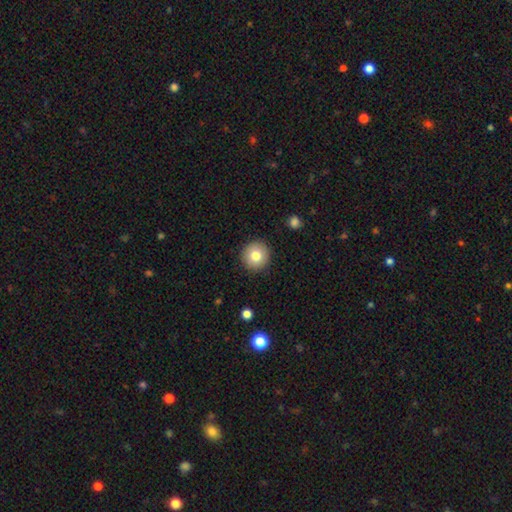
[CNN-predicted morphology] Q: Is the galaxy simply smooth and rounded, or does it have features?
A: smooth — 80%.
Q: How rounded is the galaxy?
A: round — 94%.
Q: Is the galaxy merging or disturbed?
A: none — 91%.